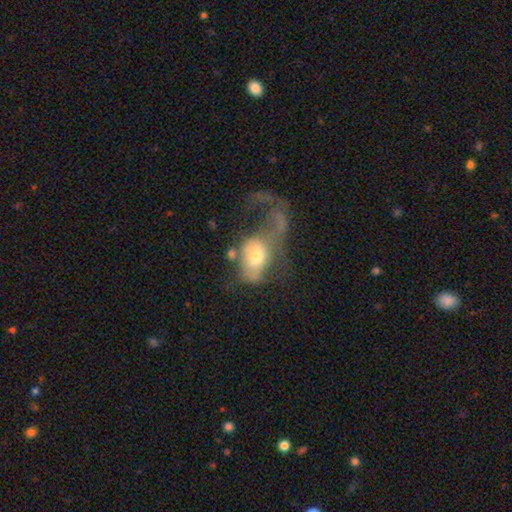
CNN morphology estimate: type=smooth (46%, tied with featured or disk); merging=major disturbance (65%).